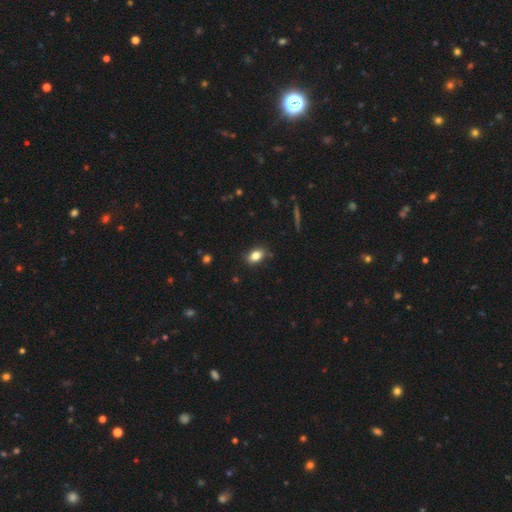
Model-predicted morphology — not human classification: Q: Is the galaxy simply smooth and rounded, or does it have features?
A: smooth — 82%.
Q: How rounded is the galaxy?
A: in between — 82%.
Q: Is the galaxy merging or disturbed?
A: none — 84%.